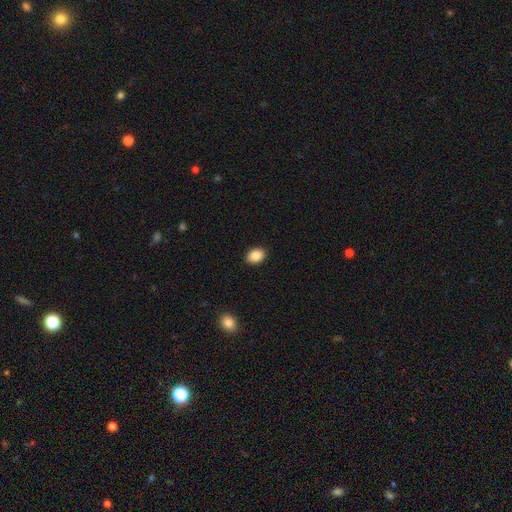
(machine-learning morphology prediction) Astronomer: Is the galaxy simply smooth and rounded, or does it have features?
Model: smooth — 87%.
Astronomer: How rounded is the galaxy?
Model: in between — 71%.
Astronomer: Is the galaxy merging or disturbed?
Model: none — 90%.